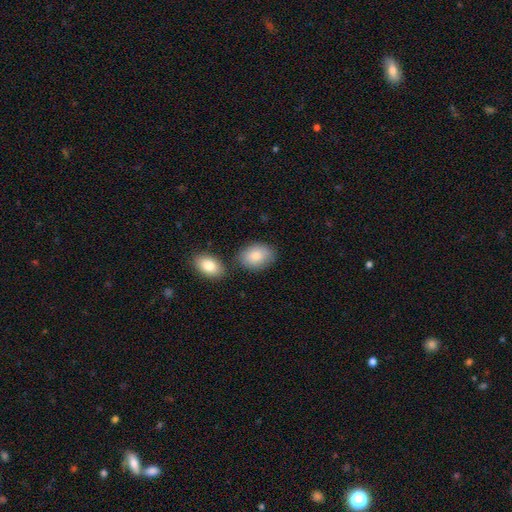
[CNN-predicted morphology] type=smooth (83%); roundness=in between (75%); merging=none (71%).